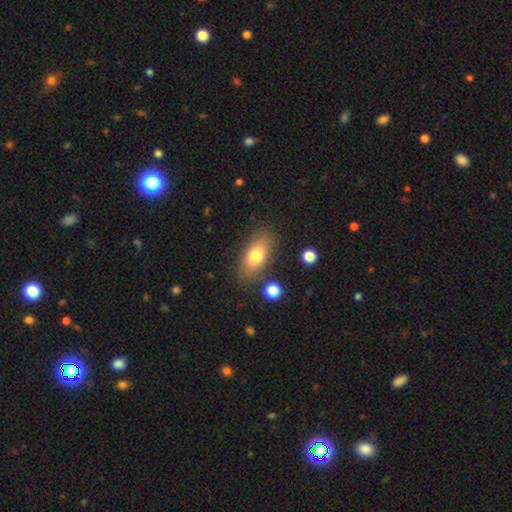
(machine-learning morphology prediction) The model was most divided on "smooth or featured": smooth: 76%, featured or disk: 16%, star or artifact: 8%. More confident: how rounded — in between (87%); merging — none (79%).